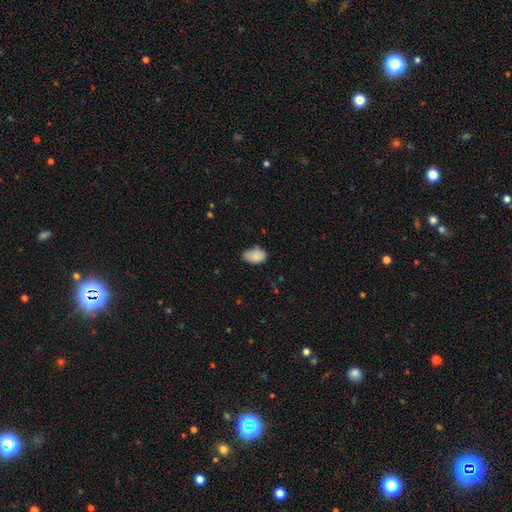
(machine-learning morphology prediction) This is clearly a smooth galaxy (87%). How rounded: clearly in between (89%). Merging: likely none (63%).